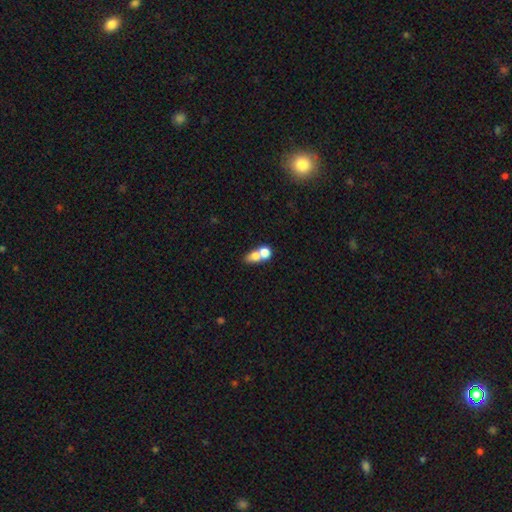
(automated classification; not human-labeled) Smooth or featured: smooth — 71% (featured or disk — 18%)
How rounded: in between — 57% (round — 39%)
Merging: merger — 64% (none — 25%)